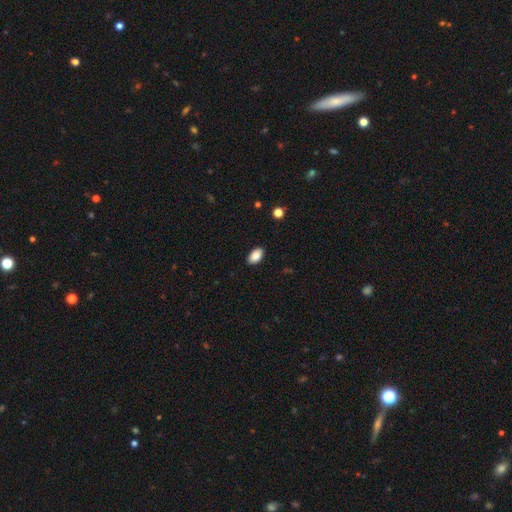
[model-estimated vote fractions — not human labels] smooth_or_featured: smooth (p=0.88) [alt: star or artifact p=0.08]
how_rounded: in between (p=0.93) [alt: round p=0.05]
merging: none (p=0.89) [alt: minor disturbance p=0.08]